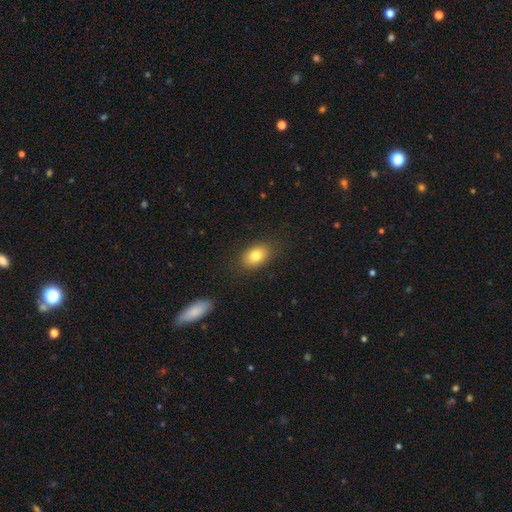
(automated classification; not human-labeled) Smooth or featured? smooth (80%)
How rounded? in between (83%)
Merging? none (85%)